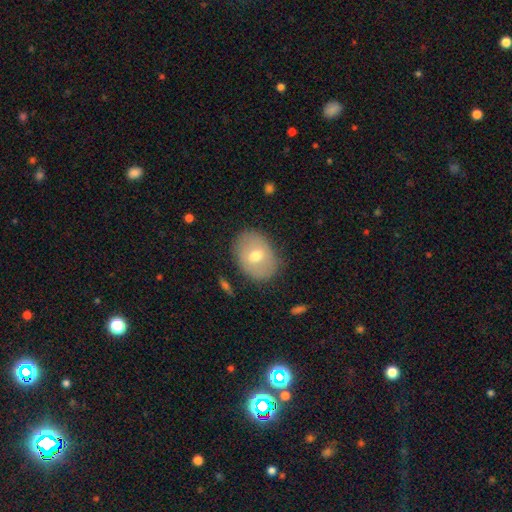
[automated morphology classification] smooth_or_featured: smooth (p=0.61) [alt: featured or disk p=0.31]
how_rounded: in between (p=0.66) [alt: round p=0.33]
merging: none (p=0.81) [alt: minor disturbance p=0.13]